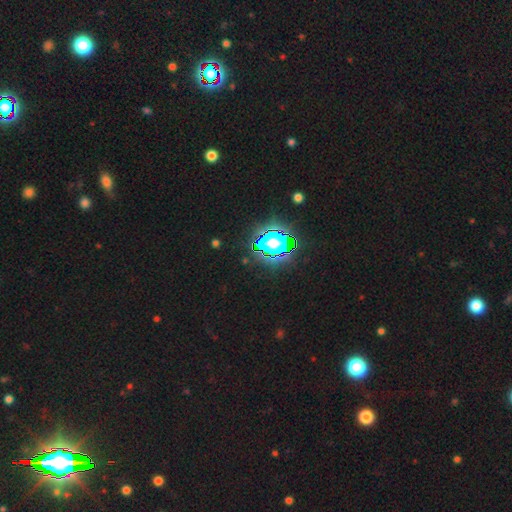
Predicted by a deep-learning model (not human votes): Smooth or featured?
  - star or artifact: 83% *
  - smooth: 10%
  - featured or disk: 7%